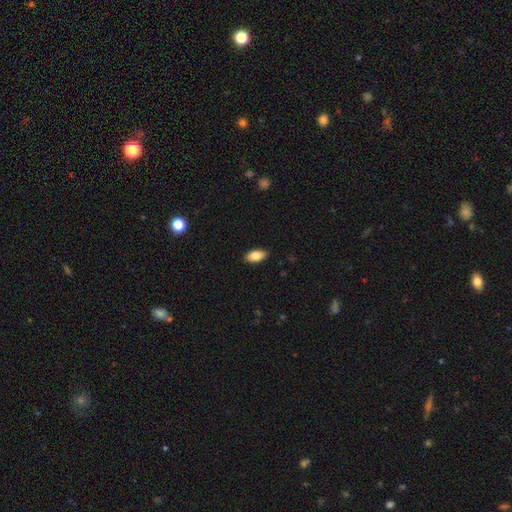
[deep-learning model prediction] This is clearly a smooth galaxy (84%). How rounded: clearly in between (92%). Merging: clearly none (88%).